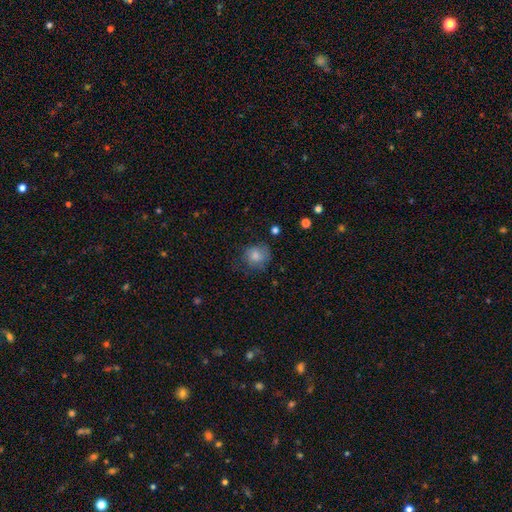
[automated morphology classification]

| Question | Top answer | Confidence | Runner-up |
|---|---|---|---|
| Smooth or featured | smooth | 79% | featured or disk (12%) |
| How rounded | round | 77% | in between (23%) |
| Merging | none | 61% | minor disturbance (25%) |